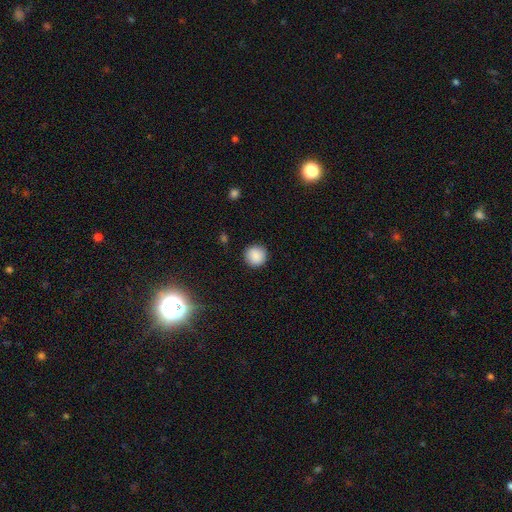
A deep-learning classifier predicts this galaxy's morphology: The model was most divided on "smooth or featured": smooth: 88%, star or artifact: 9%, featured or disk: 3%. More confident: how rounded — round (94%); merging — none (91%).